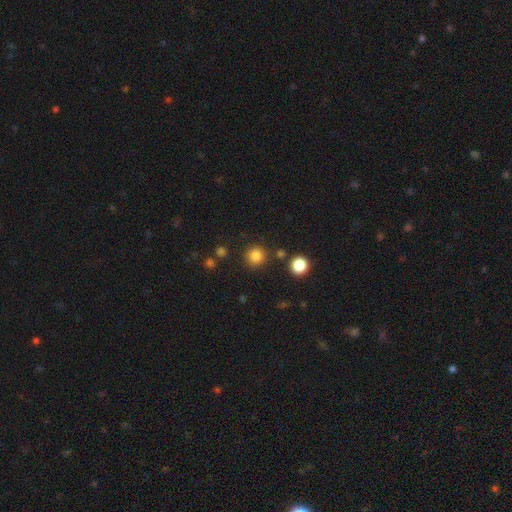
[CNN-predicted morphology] This is clearly a smooth galaxy (83%). How rounded: clearly round (93%). Merging: clearly none (86%).